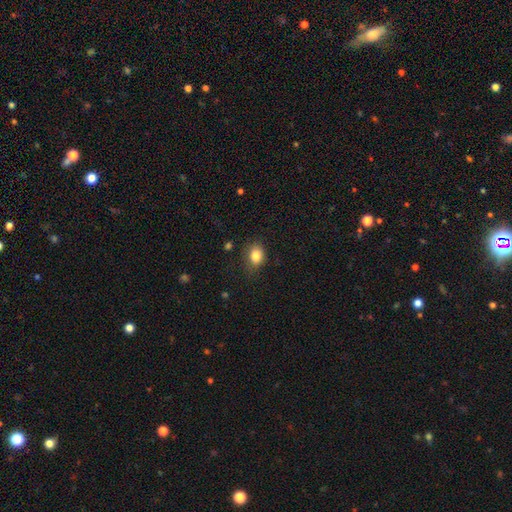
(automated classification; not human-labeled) The model was most divided on "how rounded": in between: 58%, round: 41%, cigar-shaped: 1%. More confident: smooth or featured — smooth (84%); merging — none (75%).